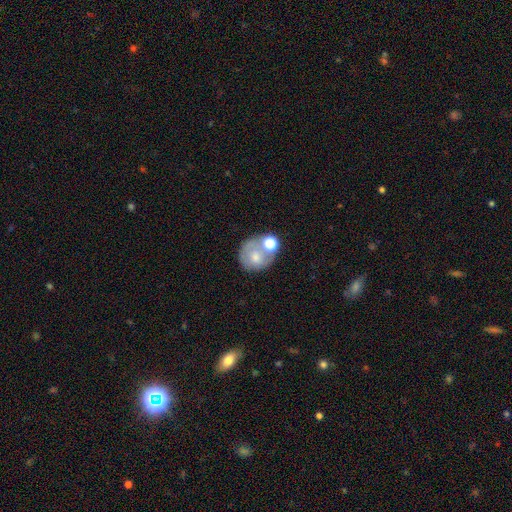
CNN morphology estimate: Overall: smooth (59%; featured or disk 31%). How rounded: round (74%). Merging: none (41%; merger 33%).